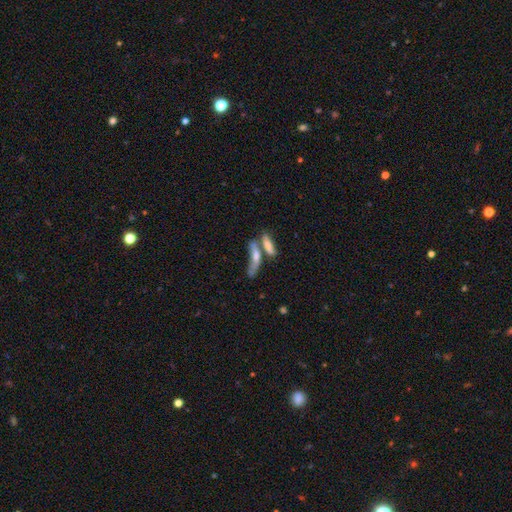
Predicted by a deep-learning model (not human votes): Q: Smooth or featured?
A: smooth (61%); runner-up: featured or disk (30%)
Q: How rounded?
A: cigar-shaped (67%); runner-up: in between (30%)
Q: Merging?
A: merger (50%); runner-up: none (29%)